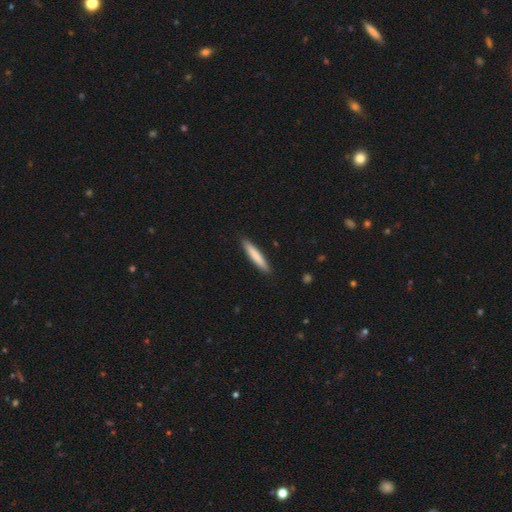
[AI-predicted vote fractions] This is clearly a smooth galaxy (80%). How rounded: clearly cigar-shaped (91%). Merging: clearly none (90%).